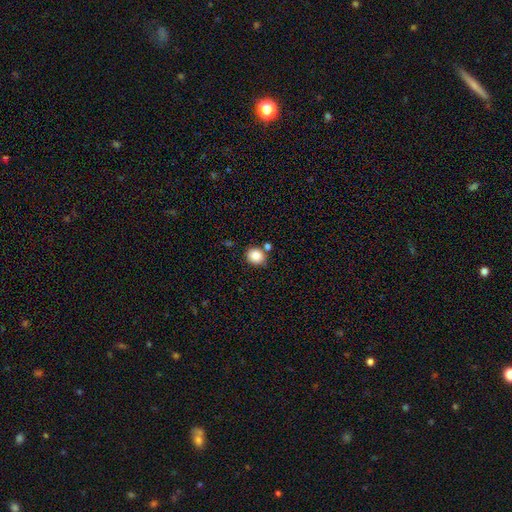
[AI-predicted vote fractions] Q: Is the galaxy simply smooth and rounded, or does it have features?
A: smooth — 86%.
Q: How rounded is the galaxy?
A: round — 77%.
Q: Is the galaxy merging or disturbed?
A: none — 74%.